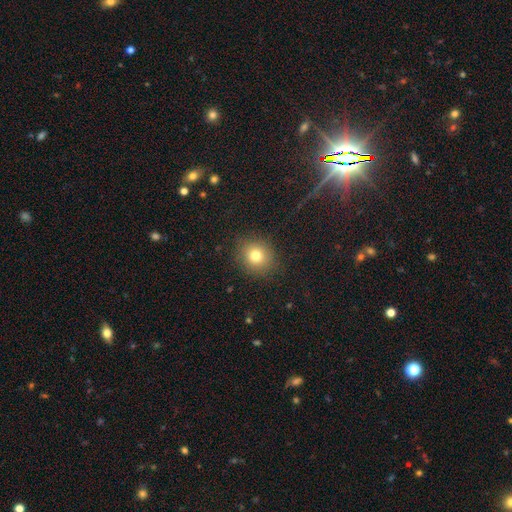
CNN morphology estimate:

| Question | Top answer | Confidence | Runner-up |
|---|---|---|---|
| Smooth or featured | smooth | 78% | star or artifact (13%) |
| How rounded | round | 85% | in between (14%) |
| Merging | none | 87% | minor disturbance (8%) |